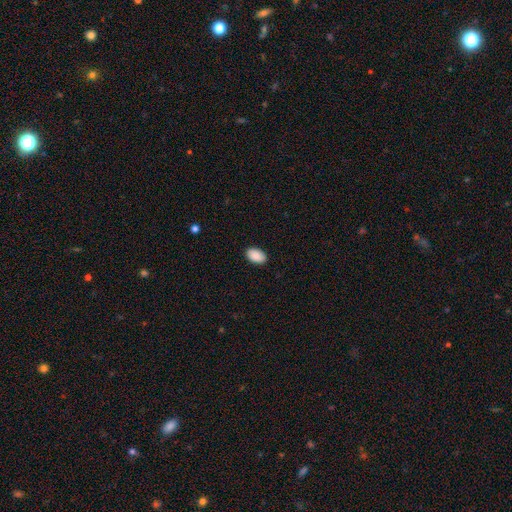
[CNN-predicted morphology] Smooth or featured?
  - smooth: 91% *
  - star or artifact: 6%
  - featured or disk: 3%
How rounded?
  - in between: 94% *
  - round: 5%
  - cigar-shaped: 1%
Merging?
  - none: 90% *
  - minor disturbance: 8%
  - major disturbance: 2%
  - merger: 1%